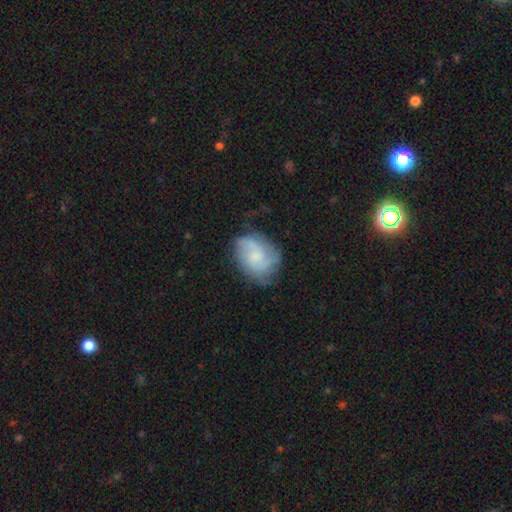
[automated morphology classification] A featured or disk galaxy (58%) with no bar (68%), spiral arms (87%) and a small central bulge (53%).

Vote fractions:
- Smooth or featured? featured or disk: 58% / smooth: 34% / star or artifact: 8%
- Edge-on disk? no: 98% / yes: 2%
- Bar? no: 68% / weak: 28% / strong: 4%
- Spiral arms? yes: 87% / no: 13%
- Bulge size? small: 53% / moderate: 25% / none: 18% / large: 3% / dominant: 1%
- Merging? none: 59% / minor disturbance: 27% / major disturbance: 12% / merger: 2%